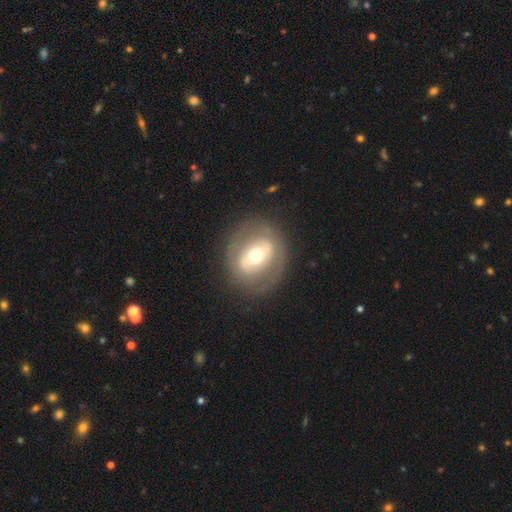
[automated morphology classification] smooth-or-featured: featured or disk: 58% | smooth: 35% | star or artifact: 6%
  disk-edge-on: no: 93% | yes: 7%
    bar: no: 36% | strong: 34% | weak: 30%
    has-spiral-arms: no: 76% | yes: 24%
    bulge-size: moderate: 69% | large: 17% | small: 11% | dominant: 2% | none: 1%
  merging: none: 79% | minor disturbance: 12% | major disturbance: 8% | merger: 1%